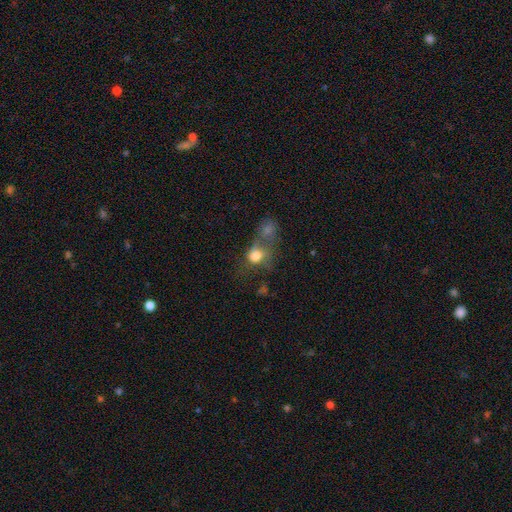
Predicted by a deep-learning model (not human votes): Smooth or featured? Predicted: smooth (p=0.70). How rounded? Predicted: round (p=0.56). Merging? Predicted: merger (p=0.56).